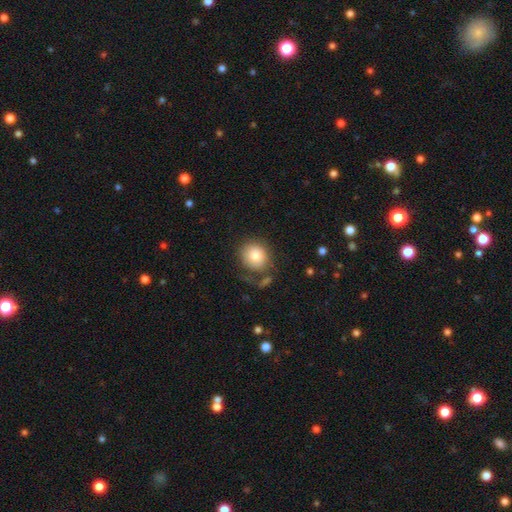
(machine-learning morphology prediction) A smooth galaxy with no disk features (80%) that is round (83%). Merging: none (67%).